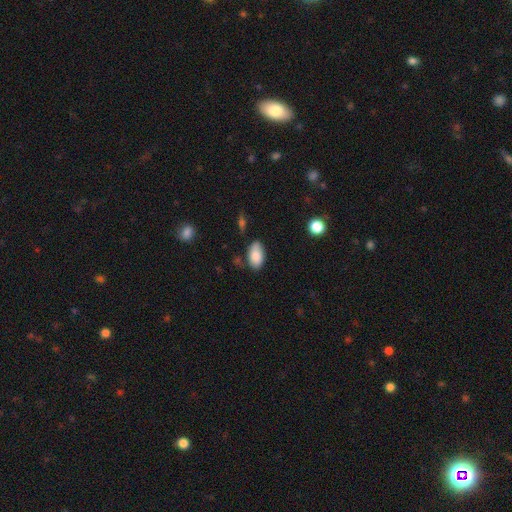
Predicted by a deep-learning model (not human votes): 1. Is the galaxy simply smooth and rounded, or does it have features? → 86% smooth, 7% star or artifact, 7% featured or disk.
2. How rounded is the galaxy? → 94% in between, 4% round, 2% cigar-shaped.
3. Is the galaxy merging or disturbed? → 70% none, 22% minor disturbance, 4% major disturbance, 4% merger.